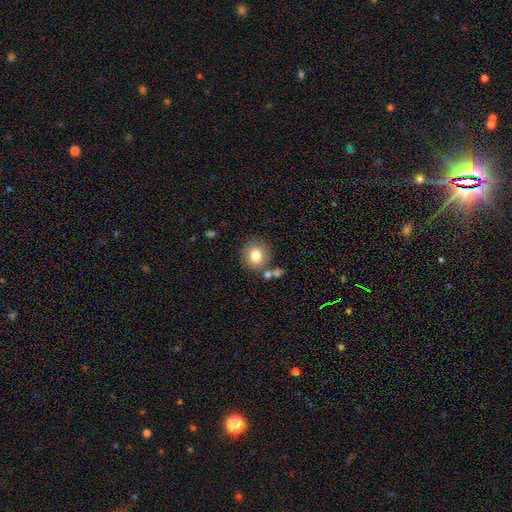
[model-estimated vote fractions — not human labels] smooth-or-featured: smooth: 79% | featured or disk: 12% | star or artifact: 10%
  how-rounded: round: 79% | in between: 20% | cigar-shaped: 1%
  merging: none: 76% | minor disturbance: 11% | merger: 9% | major disturbance: 4%